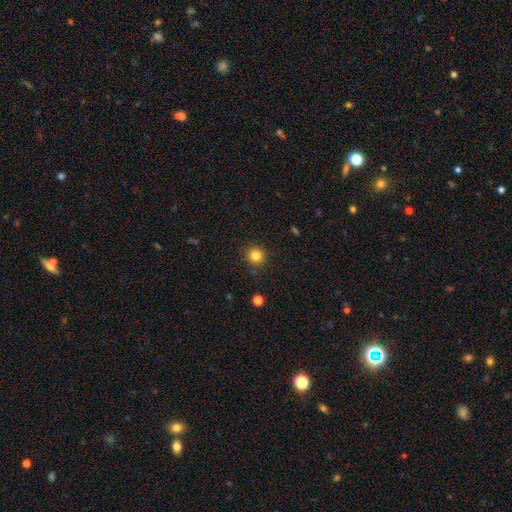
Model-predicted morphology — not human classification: This is clearly a smooth galaxy (83%). How rounded: clearly round (93%). Merging: clearly none (89%).